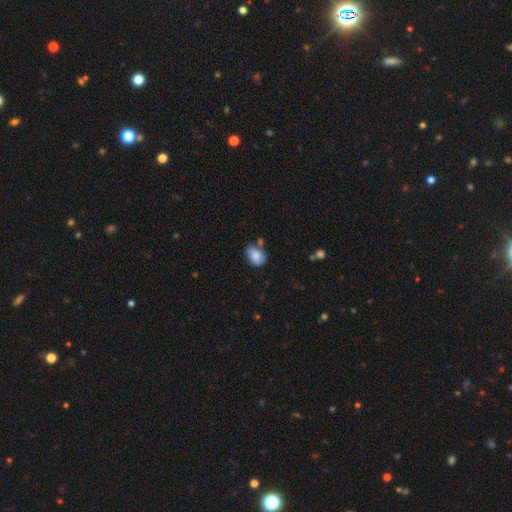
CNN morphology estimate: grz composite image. It shows a smooth galaxy with no disk features (81%) that is in between round and cigar-shaped (69%). Merging: none (55%).